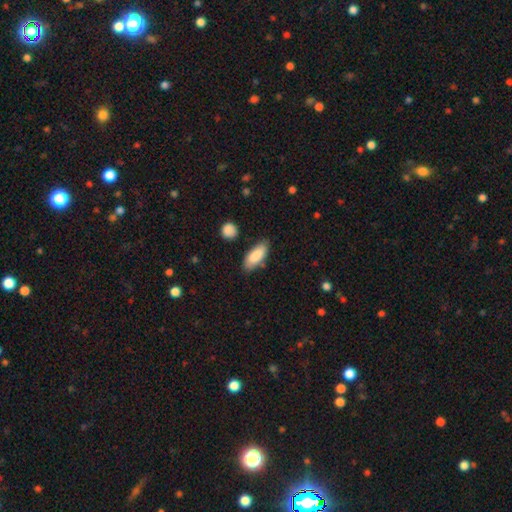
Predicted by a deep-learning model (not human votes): smooth 85%, featured or disk 9%, star or artifact 6%. Down the decision tree: how rounded — in between (79%); merging — none (79%).